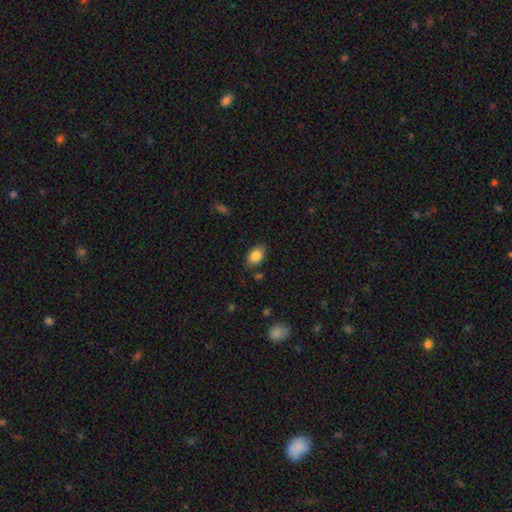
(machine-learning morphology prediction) Smooth or featured? smooth (86%)
How rounded? in between (81%)
Merging? none (76%)